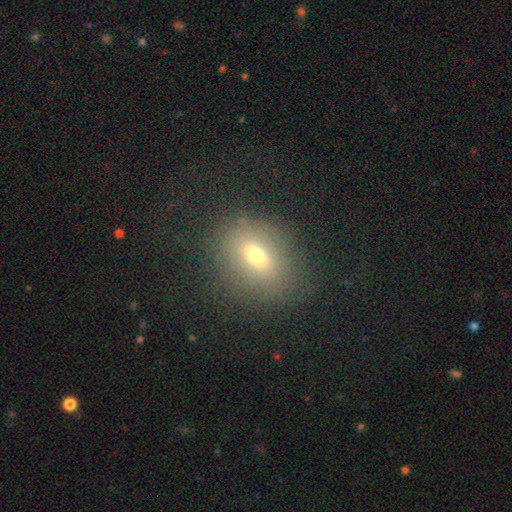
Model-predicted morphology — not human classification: Smooth or featured? smooth (64%)
How rounded? in between (62%)
Merging? none (79%)